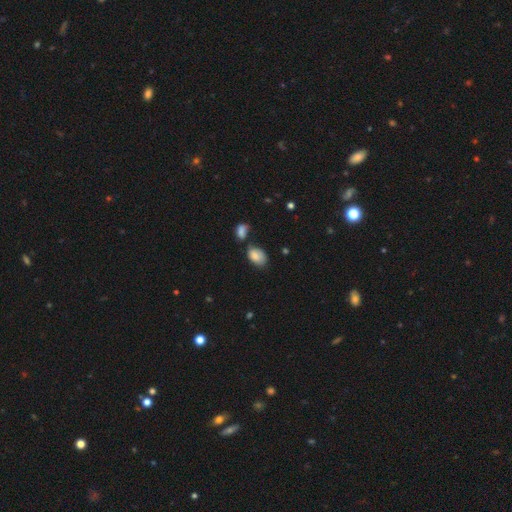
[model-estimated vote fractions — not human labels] Smooth or featured? smooth (84%)
How rounded? in between (90%)
Merging? none (55%)